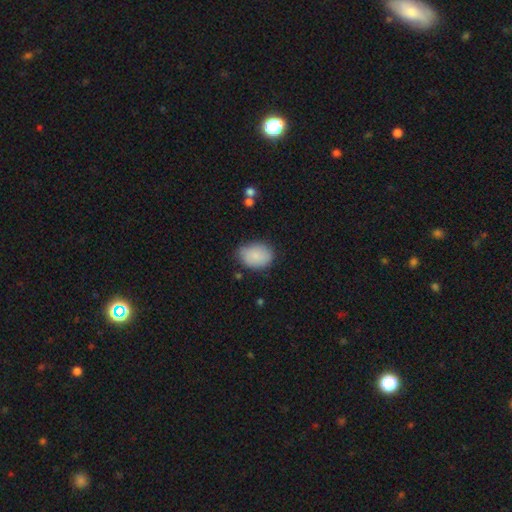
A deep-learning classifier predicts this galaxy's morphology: Smooth or featured? Predicted: smooth (p=0.86). How rounded? Predicted: in between (p=0.68). Merging? Predicted: none (p=0.70).